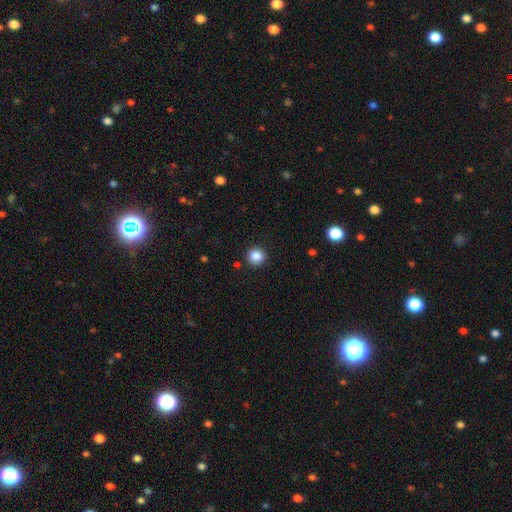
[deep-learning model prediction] The model was most divided on "how rounded": round: 86%, in between: 13%, cigar-shaped: 1%. More confident: merging — none (89%); smooth or featured — smooth (86%).